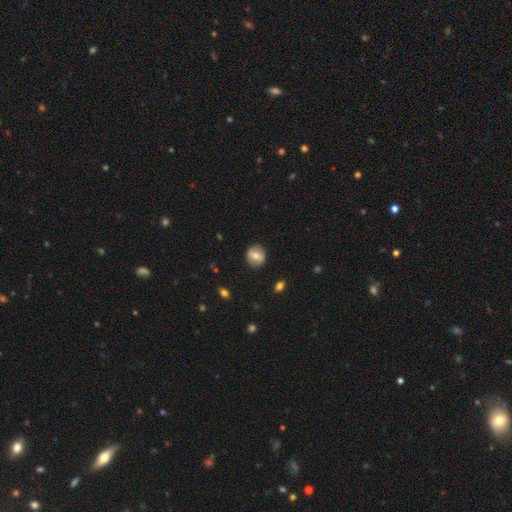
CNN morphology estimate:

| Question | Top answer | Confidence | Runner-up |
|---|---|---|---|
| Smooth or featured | smooth | 68% | featured or disk (24%) |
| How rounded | round | 83% | in between (16%) |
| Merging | none | 87% | minor disturbance (9%) |